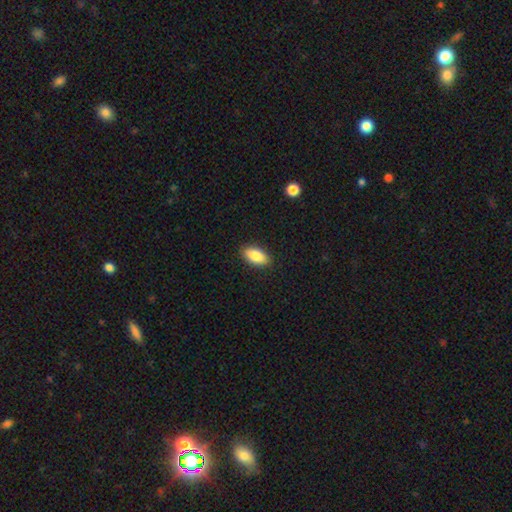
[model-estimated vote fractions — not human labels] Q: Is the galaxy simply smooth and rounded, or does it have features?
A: smooth — 85%.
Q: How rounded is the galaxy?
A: in between — 91%.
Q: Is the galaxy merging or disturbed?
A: none — 89%.